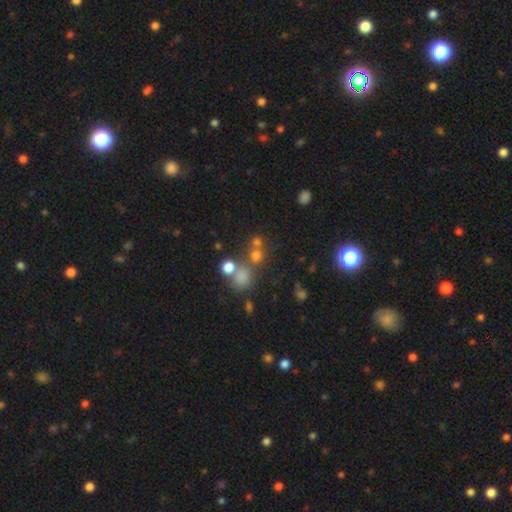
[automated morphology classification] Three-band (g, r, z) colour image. It shows a smooth galaxy with no disk features (54%) that is round (86%). Merging: none (59%).